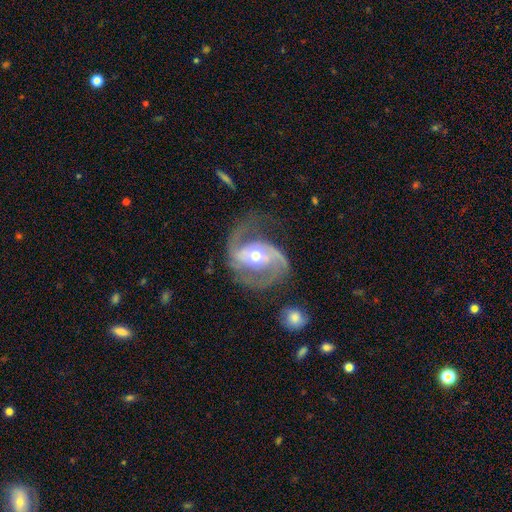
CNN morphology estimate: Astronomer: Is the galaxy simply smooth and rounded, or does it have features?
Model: featured or disk — 90%.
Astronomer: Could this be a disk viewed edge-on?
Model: no — 98%.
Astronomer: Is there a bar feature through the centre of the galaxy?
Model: weak — 37% (runner-up: no, 36%).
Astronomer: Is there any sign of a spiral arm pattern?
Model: yes — 97%.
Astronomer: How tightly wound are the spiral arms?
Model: medium — 52% (runner-up: loose, 28%).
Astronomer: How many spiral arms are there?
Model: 2 — 81%.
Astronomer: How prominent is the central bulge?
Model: moderate — 74%.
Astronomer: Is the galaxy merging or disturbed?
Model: none — 58%.